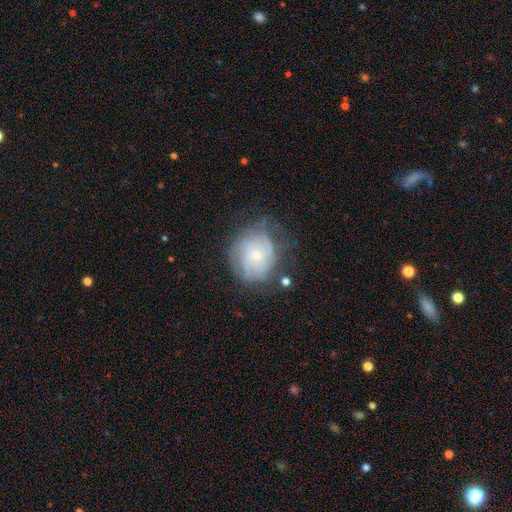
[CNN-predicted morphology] This appears to be a featured or disk galaxy (62%) with no bar (76%), spiral arms (79%) and a small central bulge (62%). Merging: none (54%).